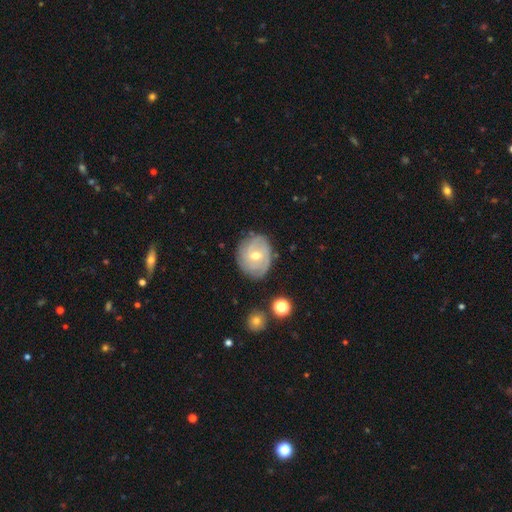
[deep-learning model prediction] The model was most divided on "spiral arm count": can't tell: 42%, 2: 21%, 3: 21%, 4: 8%, 1: 4%, more than 4: 4%. More confident: edge-on disk — no (96%); spiral arms — yes (84%); merging — none (74%); smooth or featured — featured or disk (70%); spiral winding — tight (62%); bulge size — moderate (60%); bar — no (58%).